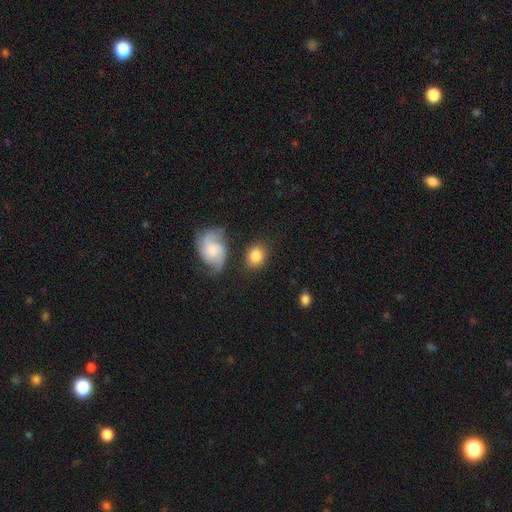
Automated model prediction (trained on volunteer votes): Smooth or featured? smooth (78%)
How rounded? round (58%)
Merging? none (74%)